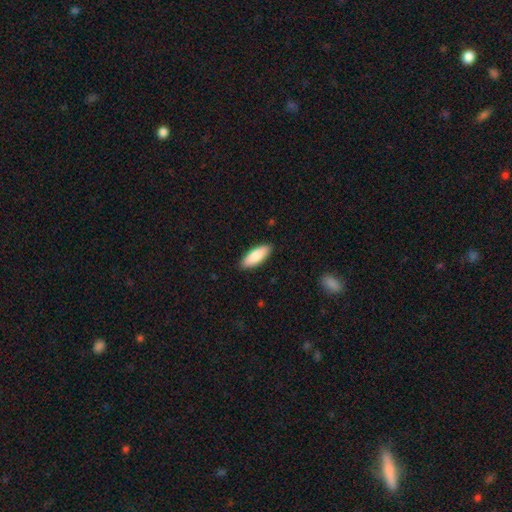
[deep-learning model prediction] The model was most divided on "how rounded": in between: 72%, cigar-shaped: 27%, round: 2%. More confident: merging — none (89%); smooth or featured — smooth (86%).